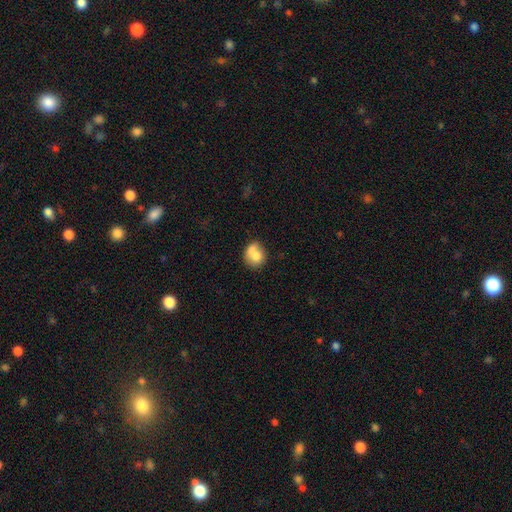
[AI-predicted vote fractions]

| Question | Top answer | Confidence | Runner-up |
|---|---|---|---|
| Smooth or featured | smooth | 71% | featured or disk (20%) |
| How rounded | round | 67% | in between (32%) |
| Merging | merger | 42% | none (36%) |